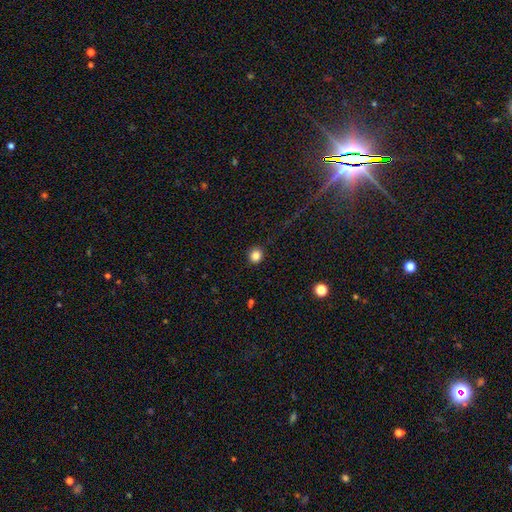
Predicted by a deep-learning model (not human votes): A smooth galaxy with no disk features (84%) that is round (89%).

Vote fractions:
- Smooth or featured? smooth: 84% / star or artifact: 11% / featured or disk: 4%
- How rounded? round: 89% / in between: 10% / cigar-shaped: 1%
- Merging? none: 91% / minor disturbance: 6% / major disturbance: 2% / merger: 1%